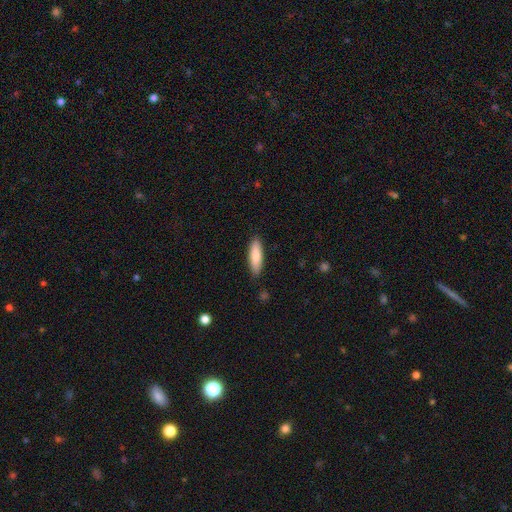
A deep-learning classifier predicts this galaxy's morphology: A smooth galaxy with no disk features (83%) that is cigar-shaped (56%).

Vote fractions:
- Smooth or featured? smooth: 83% / featured or disk: 12% / star or artifact: 6%
- How rounded? cigar-shaped: 56% / in between: 42% / round: 2%
- Merging? none: 87% / minor disturbance: 10% / major disturbance: 2% / merger: 1%